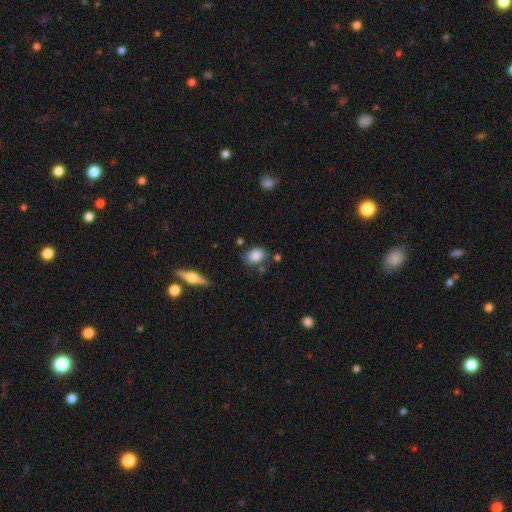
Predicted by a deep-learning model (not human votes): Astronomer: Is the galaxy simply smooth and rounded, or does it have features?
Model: smooth — 84%.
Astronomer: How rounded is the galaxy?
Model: in between — 69%.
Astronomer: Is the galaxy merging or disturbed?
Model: none — 70%.